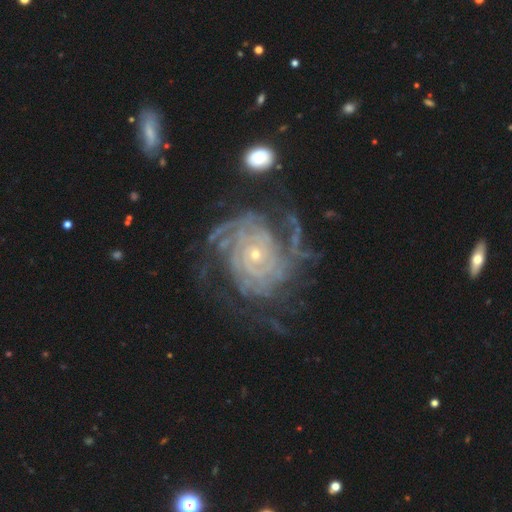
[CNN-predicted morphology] Overall: featured or disk (89%). Edge-on disk: no (97%). Bar: no (77%). Spiral arms: yes (96%). Spiral arm count: can't tell (31%; 4 18%). Spiral winding: tight (73%). Bulge size: small (77%). Merging: none (59%; major disturbance 19%).